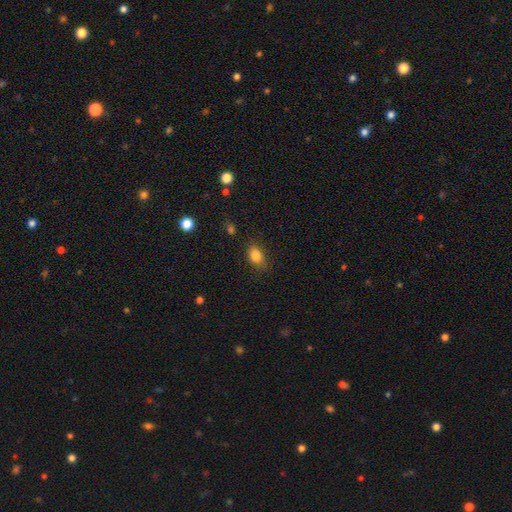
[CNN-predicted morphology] type=smooth (84%); roundness=in between (74%); merging=none (77%).